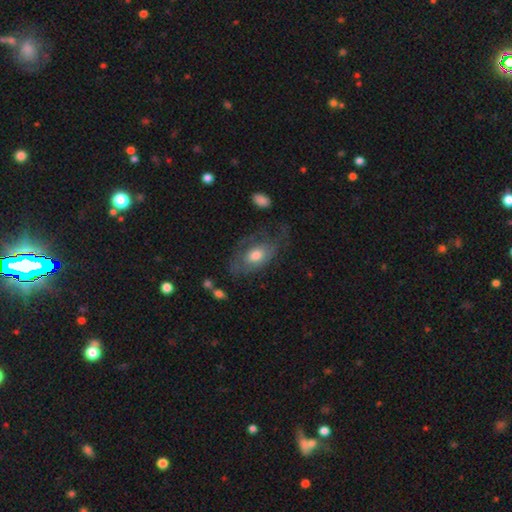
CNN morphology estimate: Smooth or featured: smooth — 47% (featured or disk — 46%)
Merging: none — 44% (major disturbance — 28%)